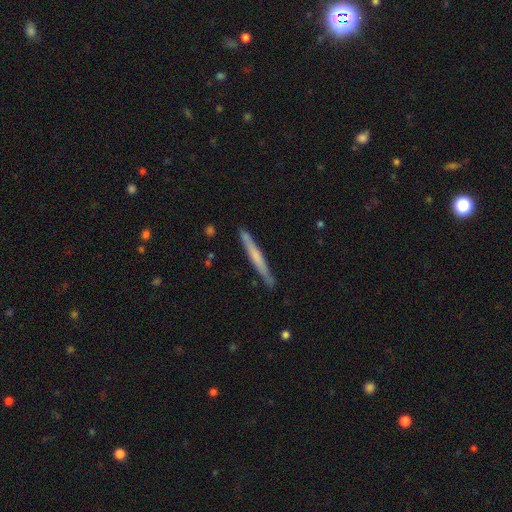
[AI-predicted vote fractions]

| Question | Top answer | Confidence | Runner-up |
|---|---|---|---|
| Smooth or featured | smooth | 48% | featured or disk (46%) |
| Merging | none | 88% | minor disturbance (9%) |